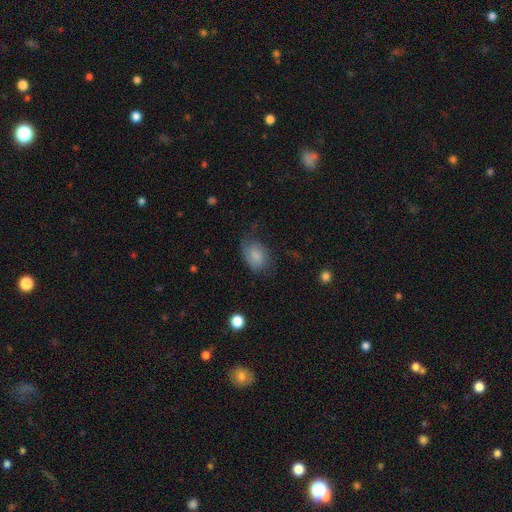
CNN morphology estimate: Smooth or featured? Predicted: smooth (p=0.75). How rounded? Predicted: in between (p=0.79). Merging? Predicted: none (p=0.51).